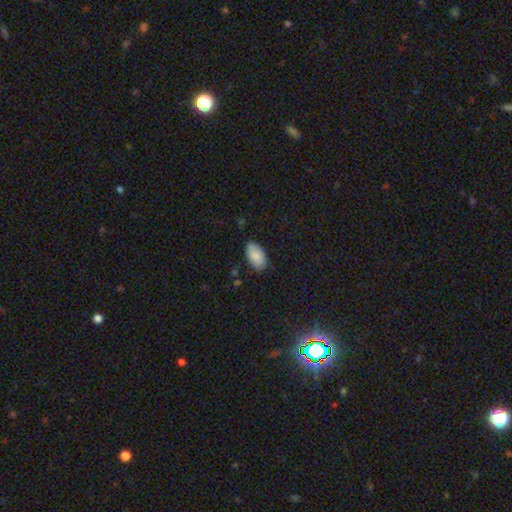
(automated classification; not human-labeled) This appears to be a smooth galaxy with no disk features (83%) that is in between round and cigar-shaped (95%). Merging: none (77%).